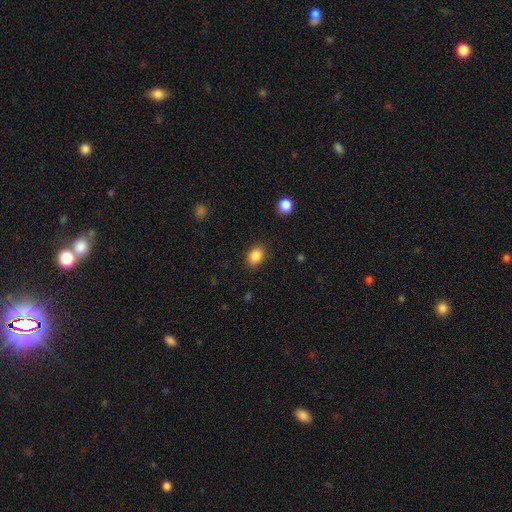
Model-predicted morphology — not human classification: type=smooth (86%); roundness=in between (55%); merging=none (87%).